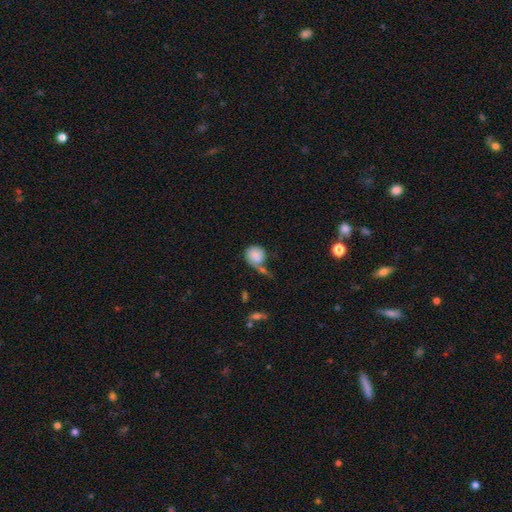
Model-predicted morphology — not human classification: This appears to be a smooth galaxy with no disk features (78%) that is round (78%). Merging: none (35%).